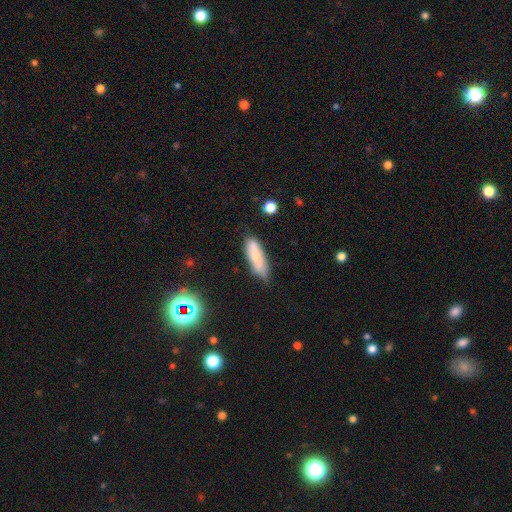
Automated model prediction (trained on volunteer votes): This is likely a smooth galaxy (73%). How rounded: possibly cigar-shaped (53%). Merging: likely none (69%).